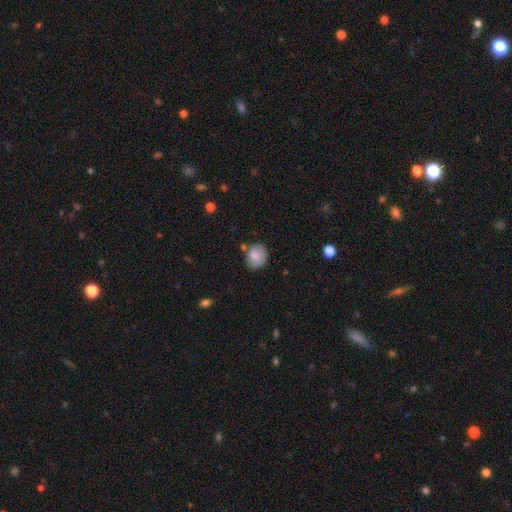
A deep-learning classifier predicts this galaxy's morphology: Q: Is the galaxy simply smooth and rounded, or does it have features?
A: smooth — 82%.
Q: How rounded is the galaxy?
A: round — 61%.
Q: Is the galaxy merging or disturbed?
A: none — 73%.